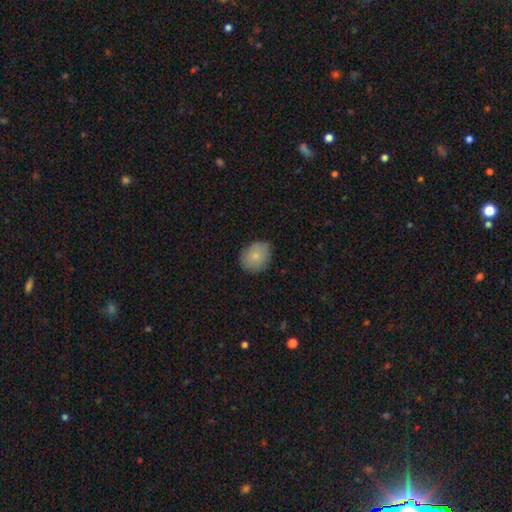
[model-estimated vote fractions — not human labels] Morphology: type=smooth (82%); roundness=round (56%); merging=none (79%).